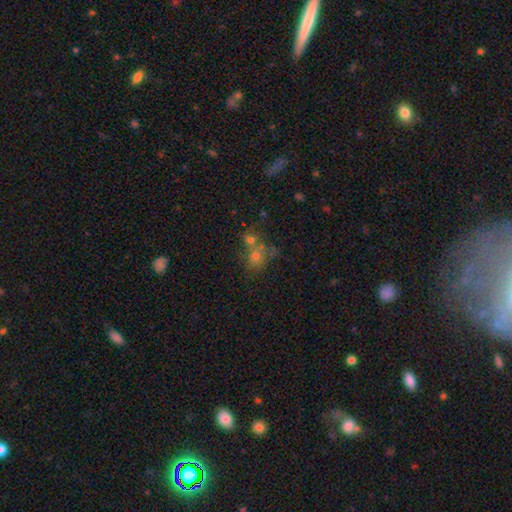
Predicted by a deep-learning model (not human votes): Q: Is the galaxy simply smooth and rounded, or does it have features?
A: smooth — 62%.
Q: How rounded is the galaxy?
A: round — 73%.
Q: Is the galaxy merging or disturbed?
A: merger — 45%.